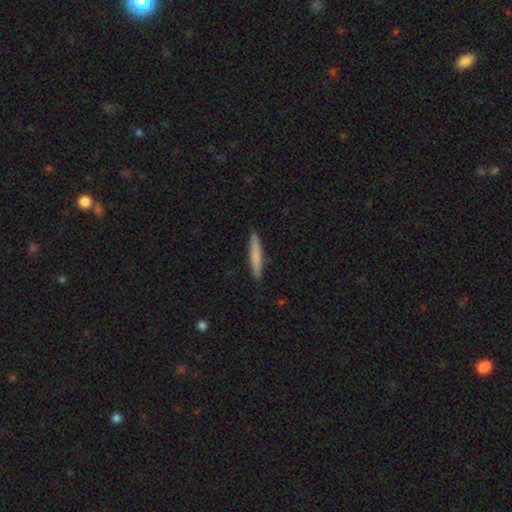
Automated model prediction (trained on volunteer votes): Smooth or featured? smooth (74%)
How rounded? cigar-shaped (94%)
Merging? none (90%)